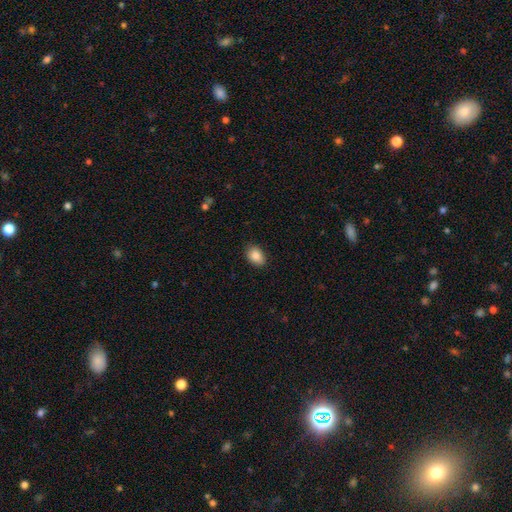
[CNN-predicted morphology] Q: Smooth or featured?
A: smooth (88%); runner-up: star or artifact (8%)
Q: How rounded?
A: in between (75%); runner-up: round (24%)
Q: Merging?
A: none (87%); runner-up: minor disturbance (10%)